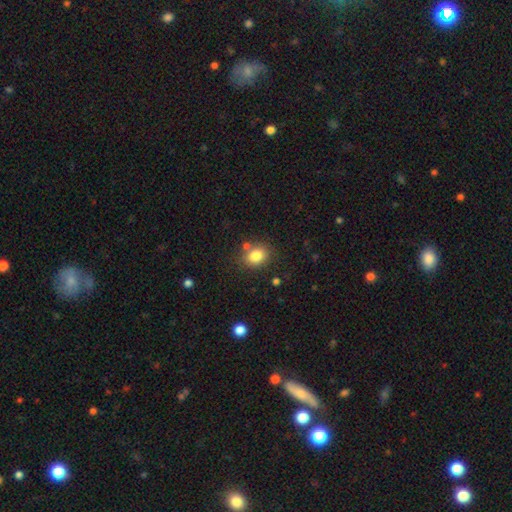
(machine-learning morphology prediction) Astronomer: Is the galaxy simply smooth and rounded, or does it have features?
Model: smooth — 82%.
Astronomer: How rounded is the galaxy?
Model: round — 54% (runner-up: in between, 45%).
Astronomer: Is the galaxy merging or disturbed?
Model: none — 75%.